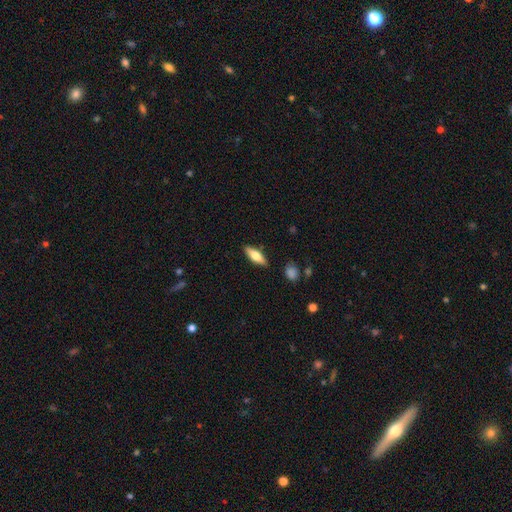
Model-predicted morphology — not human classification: smooth-or-featured: smooth: 63% | featured or disk: 31% | star or artifact: 6%
  how-rounded: in between: 58% | cigar-shaped: 39% | round: 2%
  merging: none: 87% | minor disturbance: 10% | major disturbance: 2% | merger: 2%